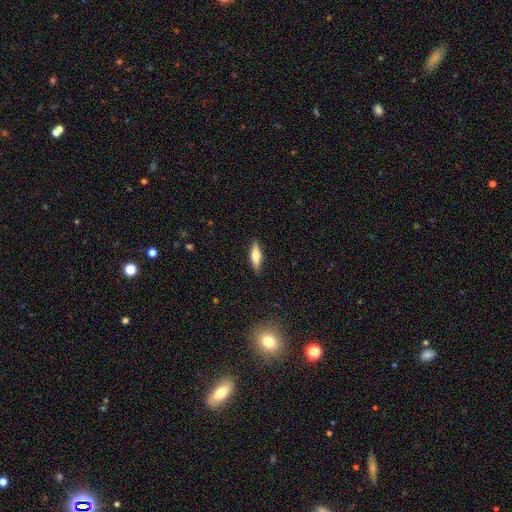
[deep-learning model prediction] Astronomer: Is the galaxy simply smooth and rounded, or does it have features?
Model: smooth — 49% (runner-up: featured or disk, 44%).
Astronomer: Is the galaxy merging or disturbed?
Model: none — 87%.